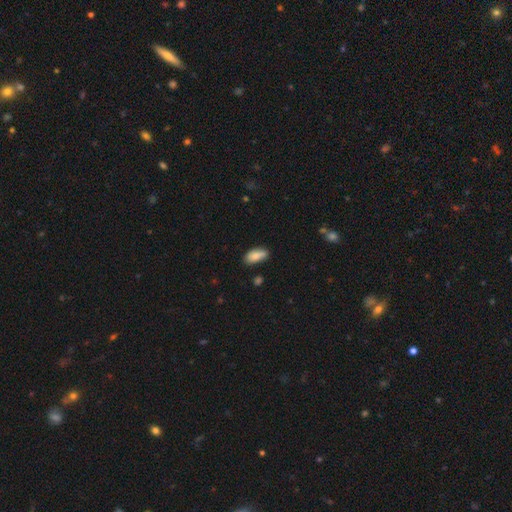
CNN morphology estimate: Overall: smooth (84%). How rounded: in between (86%). Merging: none (71%).